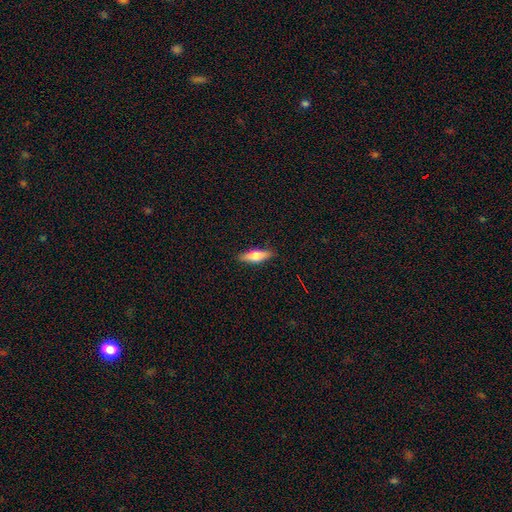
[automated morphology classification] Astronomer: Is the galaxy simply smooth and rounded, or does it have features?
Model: smooth — 66%.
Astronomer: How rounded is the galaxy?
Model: cigar-shaped — 54% (runner-up: in between, 44%).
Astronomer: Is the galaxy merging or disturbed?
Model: none — 88%.